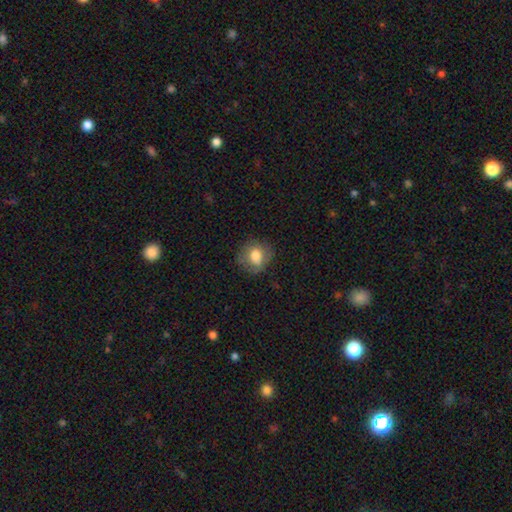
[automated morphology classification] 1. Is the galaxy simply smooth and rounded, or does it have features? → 74% smooth, 17% featured or disk, 9% star or artifact.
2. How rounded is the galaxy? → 67% round, 32% in between, 1% cigar-shaped.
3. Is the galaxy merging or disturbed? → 72% none, 19% minor disturbance, 7% major disturbance, 1% merger.